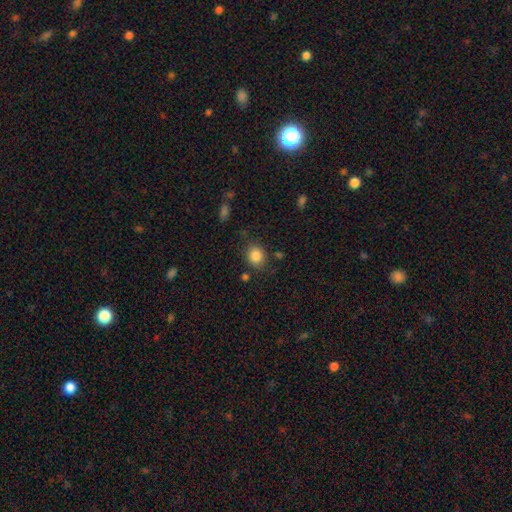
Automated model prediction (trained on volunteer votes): Smooth or featured?
  - smooth: 85% *
  - star or artifact: 10%
  - featured or disk: 5%
How rounded?
  - round: 71% *
  - in between: 28%
  - cigar-shaped: 1%
Merging?
  - none: 81% *
  - minor disturbance: 11%
  - major disturbance: 4%
  - merger: 4%